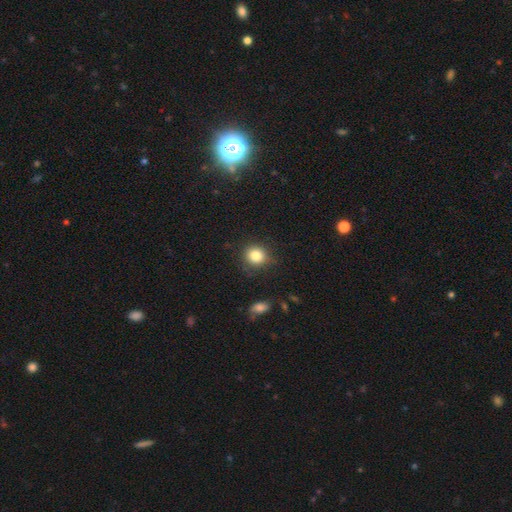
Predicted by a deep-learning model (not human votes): A smooth galaxy with no disk features (84%) that is round (85%).

Vote fractions:
- Smooth or featured? smooth: 84% / star or artifact: 11% / featured or disk: 6%
- How rounded? round: 85% / in between: 14% / cigar-shaped: 1%
- Merging? none: 83% / minor disturbance: 12% / major disturbance: 3% / merger: 2%